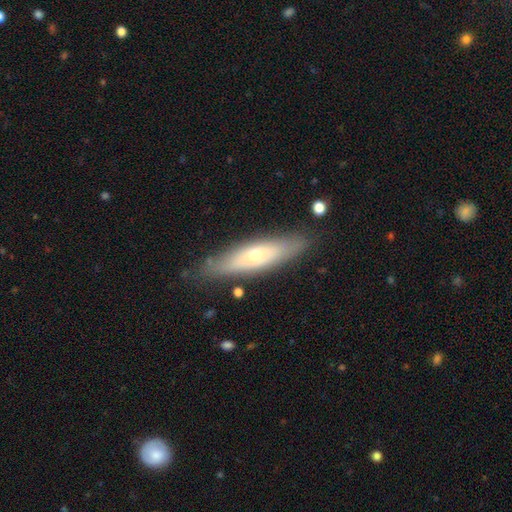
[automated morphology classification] type=smooth (50%); roundness=cigar-shaped (67%); merging=none (83%).